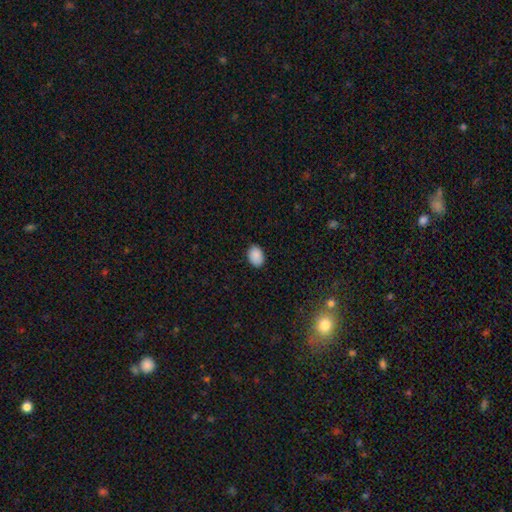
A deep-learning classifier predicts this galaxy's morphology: This appears to be a smooth galaxy with no disk features (90%) that is in between round and cigar-shaped (79%). Merging: none (88%).